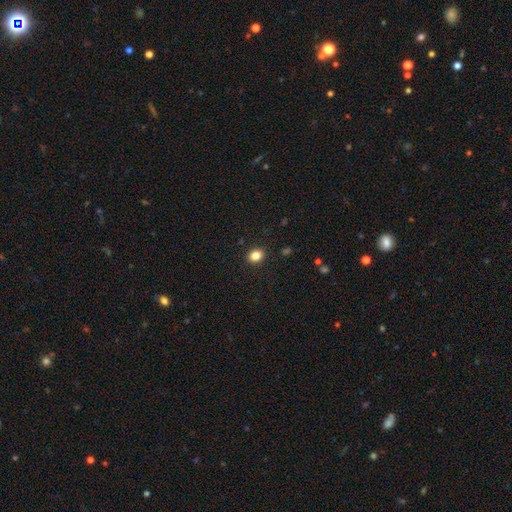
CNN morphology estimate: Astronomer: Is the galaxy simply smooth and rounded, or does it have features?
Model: smooth — 85%.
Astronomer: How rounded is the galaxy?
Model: round — 53% (runner-up: in between, 46%).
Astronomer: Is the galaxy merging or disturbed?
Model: none — 90%.